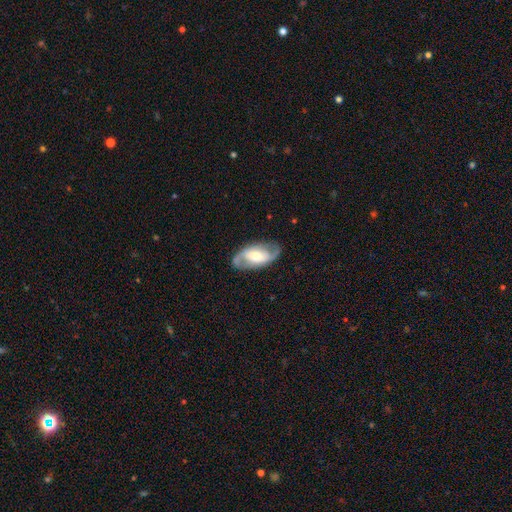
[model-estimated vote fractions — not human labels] This appears to be a featured or disk galaxy (78%) with a weak bar (39%), 2 (90%) medium (45%) spiral arms (88%) and a moderate central bulge (57%). Merging: none (80%).